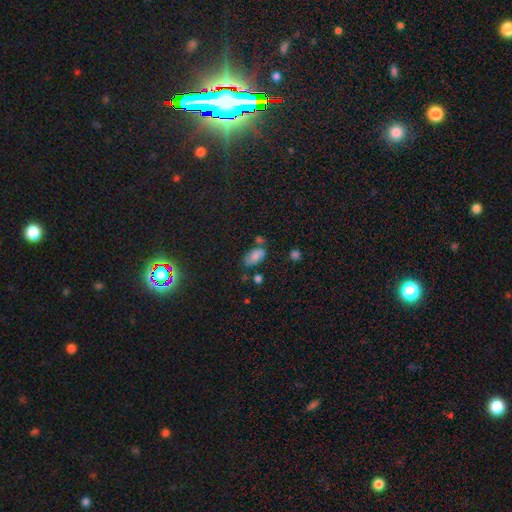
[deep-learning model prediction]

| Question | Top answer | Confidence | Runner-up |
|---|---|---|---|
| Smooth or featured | smooth | 71% | featured or disk (17%) |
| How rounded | in between | 92% | round (5%) |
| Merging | none | 60% | minor disturbance (22%) |